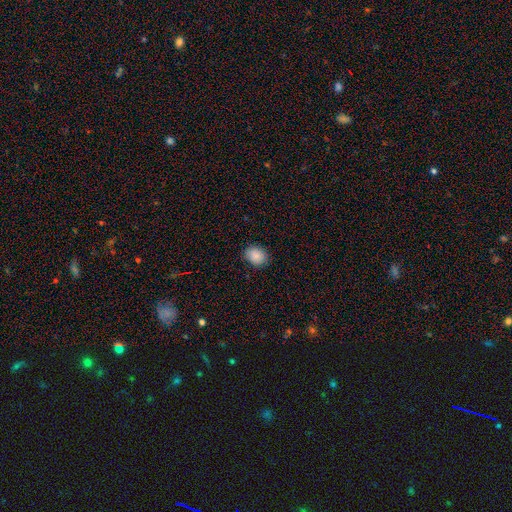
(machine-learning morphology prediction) smooth-or-featured: smooth: 88% | star or artifact: 8% | featured or disk: 3%
  how-rounded: in between: 50% | round: 49% | cigar-shaped: 1%
  merging: none: 84% | minor disturbance: 12% | major disturbance: 3% | merger: 1%